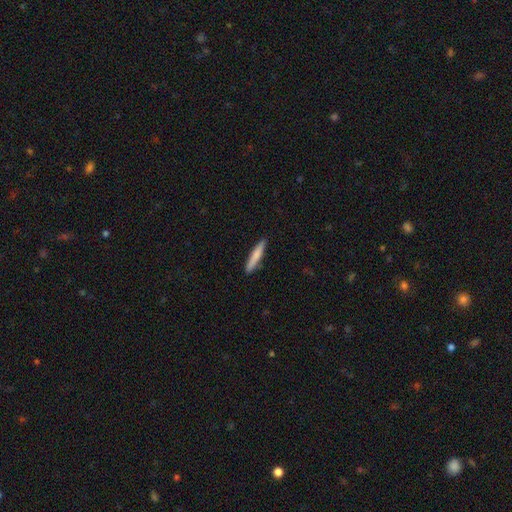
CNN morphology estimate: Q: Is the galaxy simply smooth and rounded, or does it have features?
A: smooth — 74%.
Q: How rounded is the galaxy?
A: cigar-shaped — 92%.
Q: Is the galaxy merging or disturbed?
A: none — 90%.